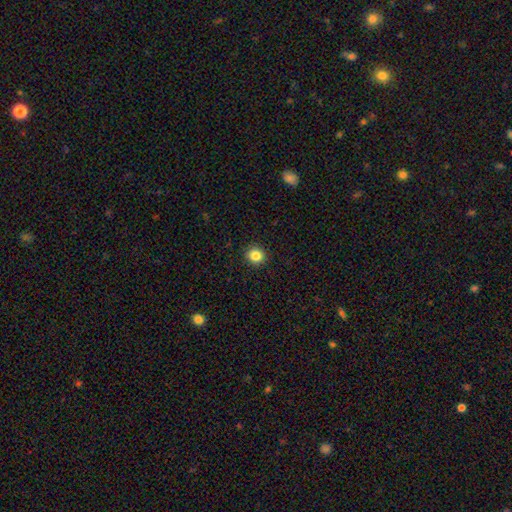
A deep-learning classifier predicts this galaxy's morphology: Overall: smooth (85%). How rounded: round (89%). Merging: none (92%).